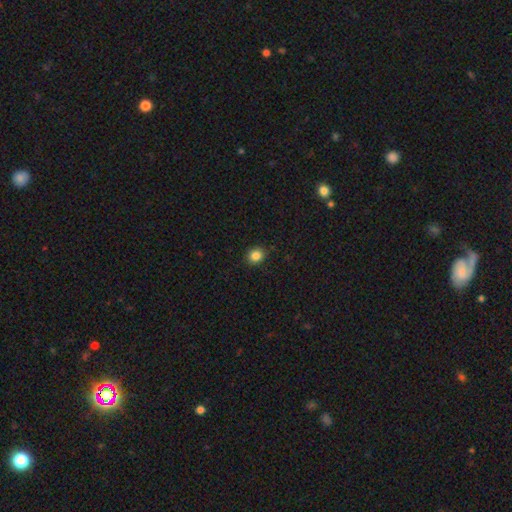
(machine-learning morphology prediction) Smooth or featured? Predicted: smooth (p=0.85). How rounded? Predicted: round (p=0.70). Merging? Predicted: none (p=0.90).